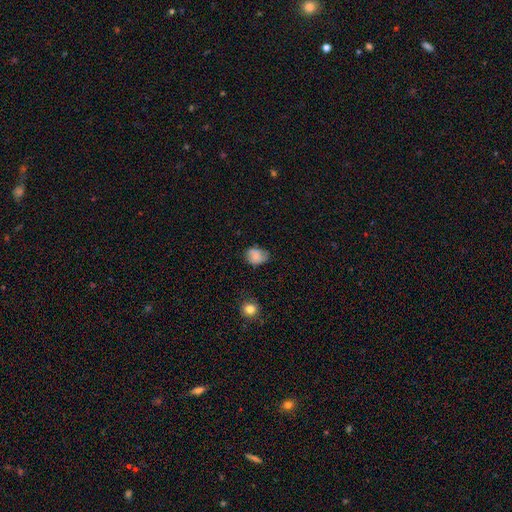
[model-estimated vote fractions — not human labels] Smooth or featured? Predicted: smooth (p=0.79). How rounded? Predicted: in between (p=0.56). Merging? Predicted: none (p=0.57).